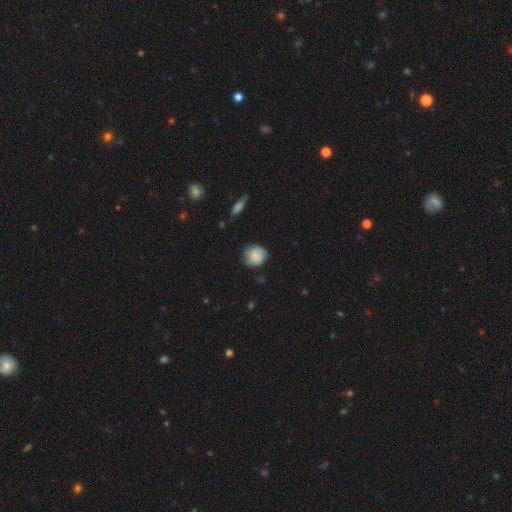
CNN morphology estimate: A smooth galaxy with no disk features (82%) that is round (88%). Merging: none (80%).